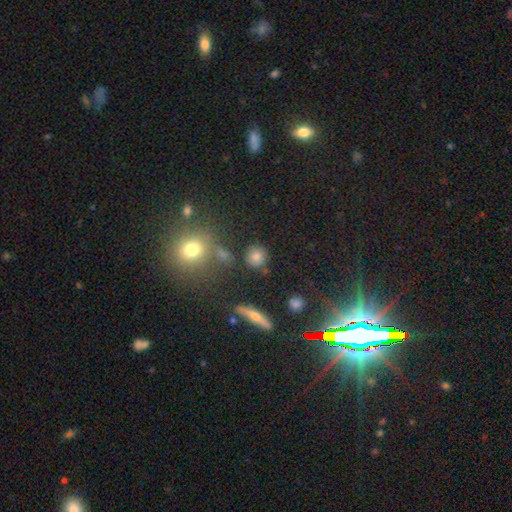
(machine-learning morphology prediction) smooth 74%, star or artifact 17%, featured or disk 9%. Down the decision tree: how rounded — round (87%); merging — none (83%).